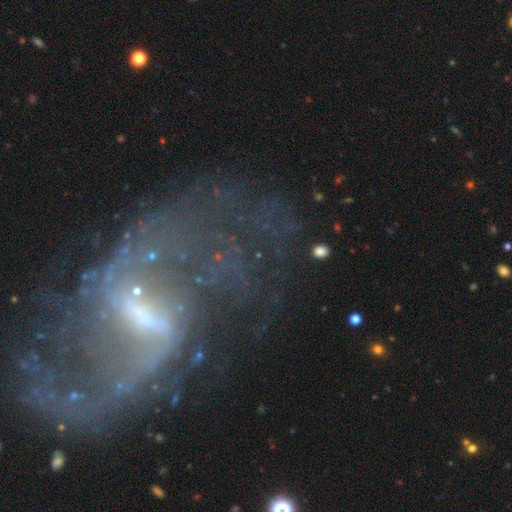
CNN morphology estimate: This is clearly a featured or disk galaxy (84%). It is clearly not viewed edge-on (95%). Bar: possibly strong (46%). Spiral arm pattern: clearly yes (86%). Spiral arm count: clearly 2 (81%). Spiral winding: likely loose (72%). Central bulge: possibly small (48%). Merging: possibly none (50%).